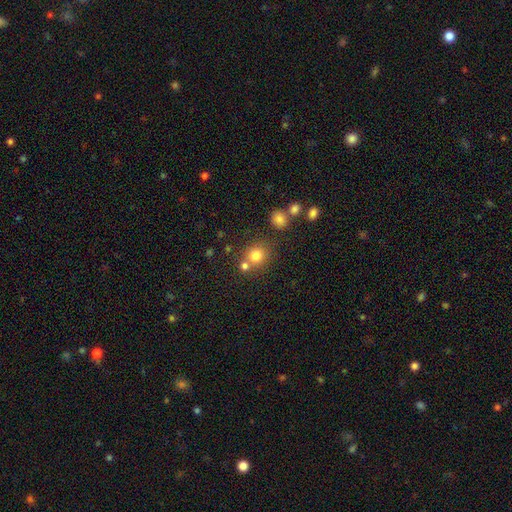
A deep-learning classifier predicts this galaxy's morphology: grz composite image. It shows a smooth galaxy with no disk features (79%) that is round (86%). Merging: none (65%).